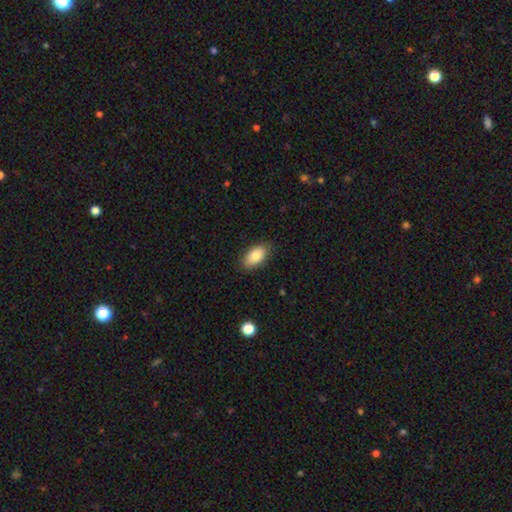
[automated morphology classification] A smooth galaxy with no disk features (84%) that is in between round and cigar-shaped (93%). Merging: none (85%).